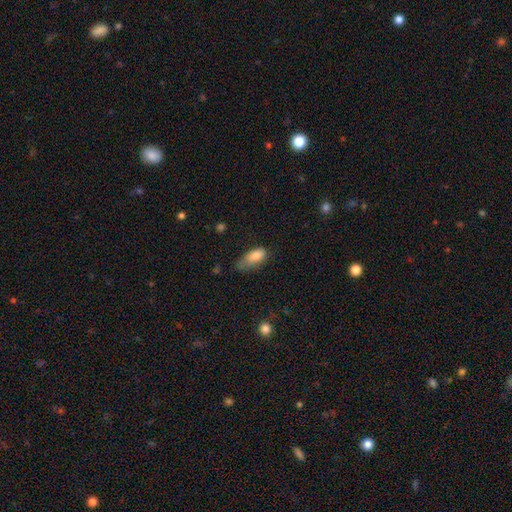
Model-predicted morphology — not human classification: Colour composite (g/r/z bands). It shows a smooth galaxy with no disk features (80%) that is in between round and cigar-shaped (87%). Merging: minor disturbance (43%).